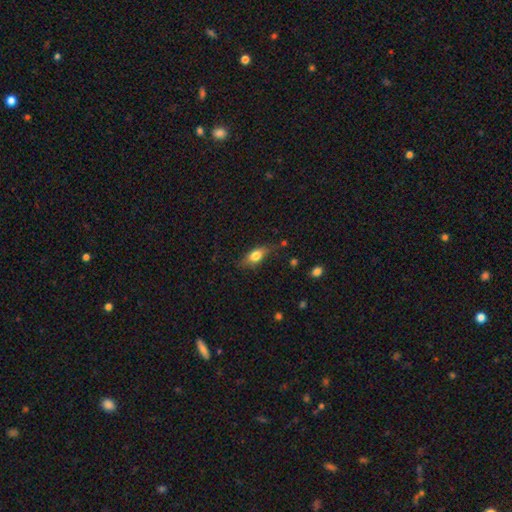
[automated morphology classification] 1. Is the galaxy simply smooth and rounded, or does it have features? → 74% smooth, 19% featured or disk, 8% star or artifact.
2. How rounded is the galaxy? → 77% in between, 16% cigar-shaped, 6% round.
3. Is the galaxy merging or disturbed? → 69% none, 23% minor disturbance, 6% major disturbance, 2% merger.